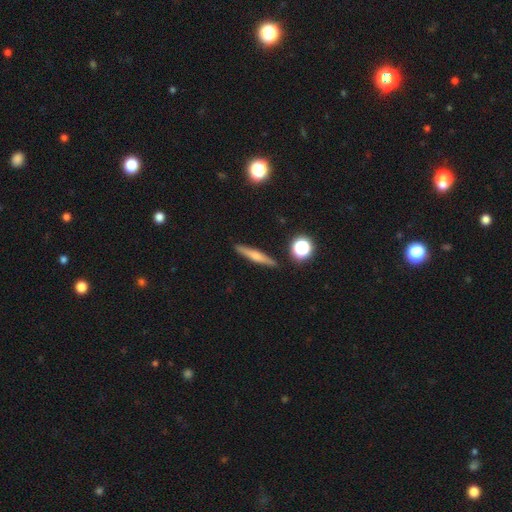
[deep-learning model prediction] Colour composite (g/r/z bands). It shows a smooth galaxy with no disk features (48%). Merging: none (90%).